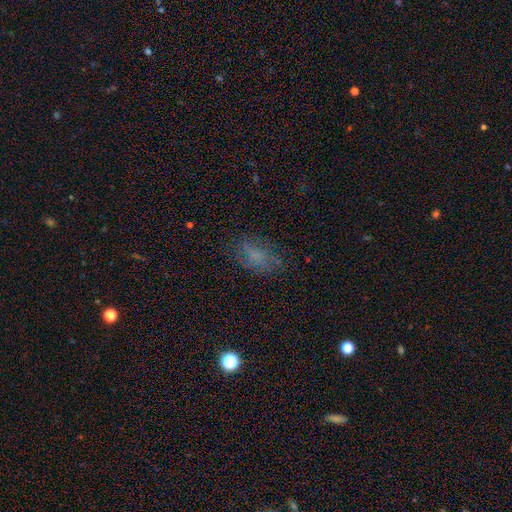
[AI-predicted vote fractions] smooth 54%, featured or disk 28%, star or artifact 18%. Down the decision tree: how rounded — in between (83%); merging — none (63%).